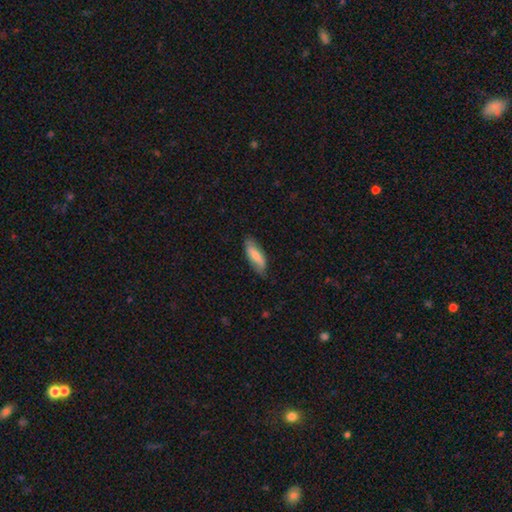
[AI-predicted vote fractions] Morphology: type=smooth (69%); roundness=in between (63%); merging=none (73%).